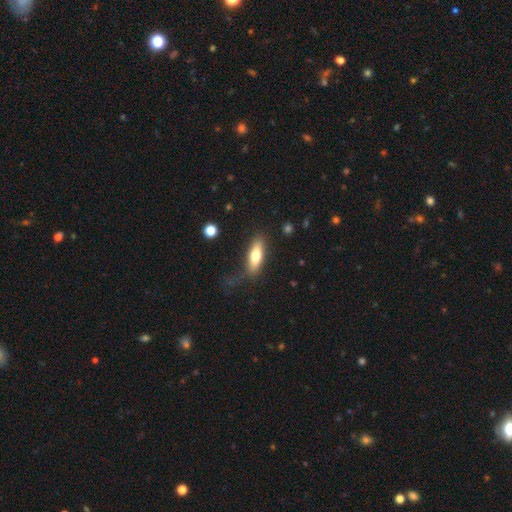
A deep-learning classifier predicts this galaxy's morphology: Smooth or featured?
  - smooth: 70% *
  - featured or disk: 24%
  - star or artifact: 6%
How rounded?
  - in between: 61% *
  - cigar-shaped: 36%
  - round: 3%
Merging?
  - none: 72% *
  - minor disturbance: 18%
  - major disturbance: 8%
  - merger: 2%